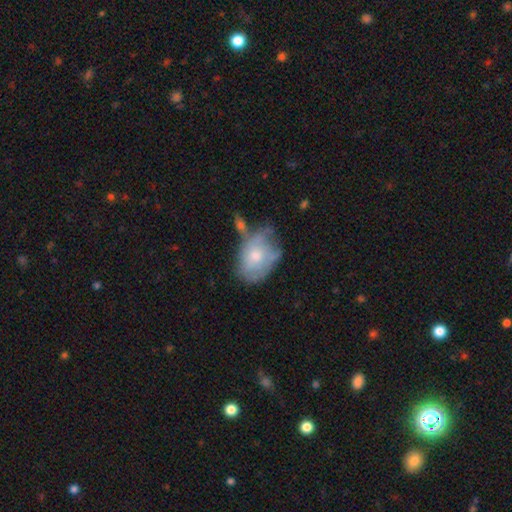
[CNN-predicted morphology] This is possibly a smooth galaxy (51%). How rounded: likely in between (75%). Merging: marginally none (36%).